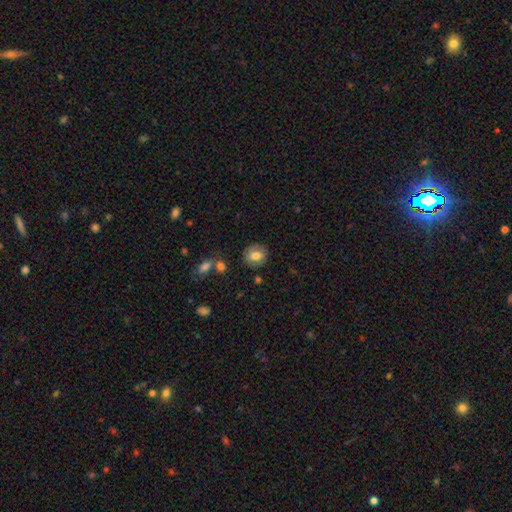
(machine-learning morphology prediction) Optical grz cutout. It shows a smooth galaxy with no disk features (76%) that is round (73%). Merging: none (82%).